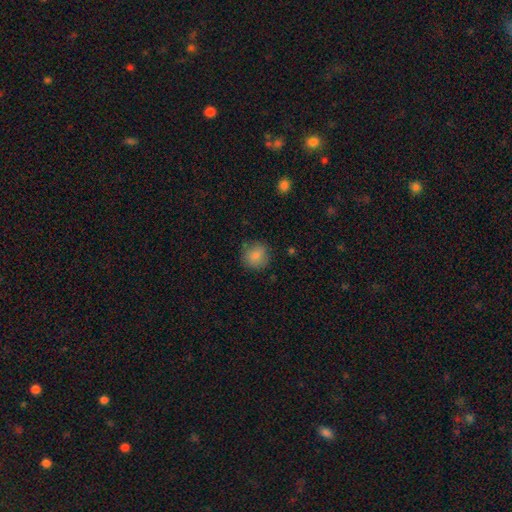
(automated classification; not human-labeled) Smooth or featured? Predicted: smooth (p=0.84). How rounded? Predicted: round (p=0.89). Merging? Predicted: none (p=0.82).